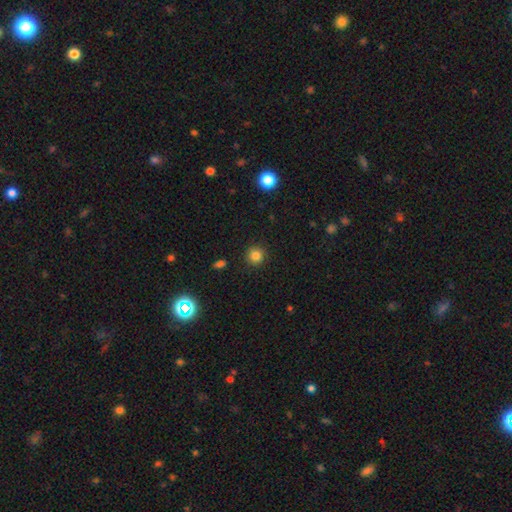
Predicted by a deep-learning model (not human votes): A smooth galaxy with no disk features (81%) that is round (94%).

Vote fractions:
- Smooth or featured? smooth: 81% / star or artifact: 13% / featured or disk: 5%
- How rounded? round: 94% / in between: 5% / cigar-shaped: 1%
- Merging? none: 91% / minor disturbance: 6% / major disturbance: 2% / merger: 1%